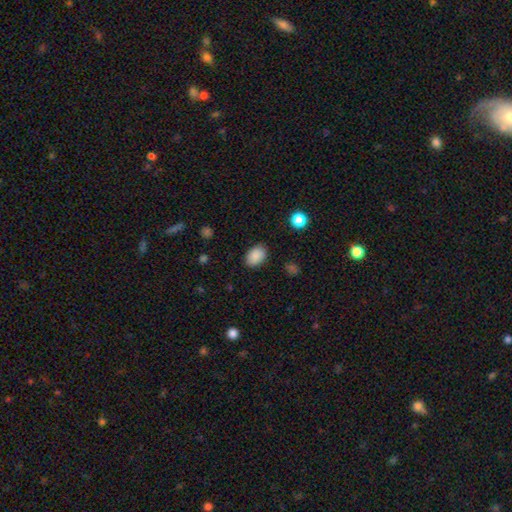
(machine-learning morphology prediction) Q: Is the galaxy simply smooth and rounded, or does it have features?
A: smooth — 88%.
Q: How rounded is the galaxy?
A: in between — 83%.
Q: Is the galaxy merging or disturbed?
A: none — 85%.